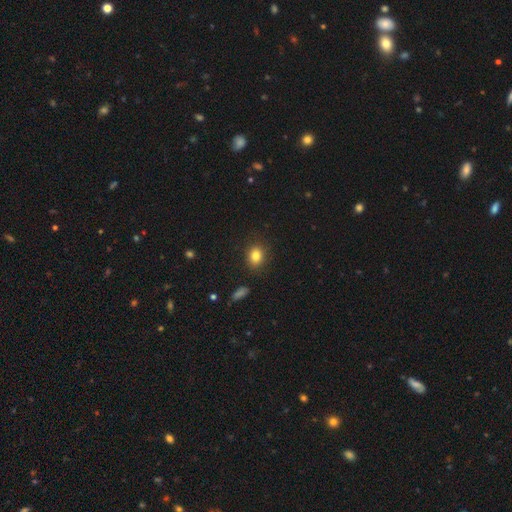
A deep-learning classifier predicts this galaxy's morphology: smooth 83%, star or artifact 10%, featured or disk 7%. Down the decision tree: how rounded — in between (50%); merging — none (87%).